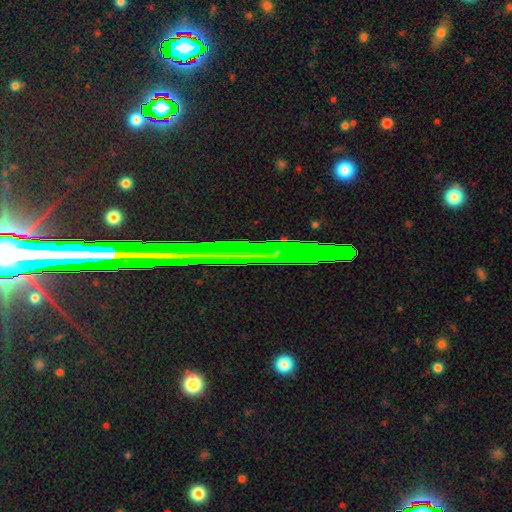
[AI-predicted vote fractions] smooth-or-featured: star or artifact: 43% | featured or disk: 42% | smooth: 15%